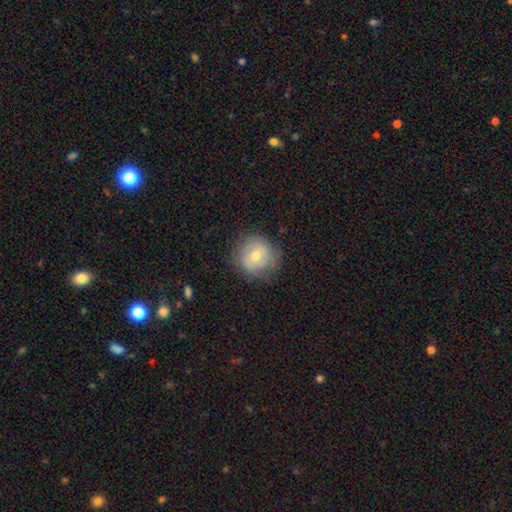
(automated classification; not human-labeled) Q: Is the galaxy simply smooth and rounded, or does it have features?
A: smooth — 57%.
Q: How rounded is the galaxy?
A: round — 91%.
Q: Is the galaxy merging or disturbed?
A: none — 75%.